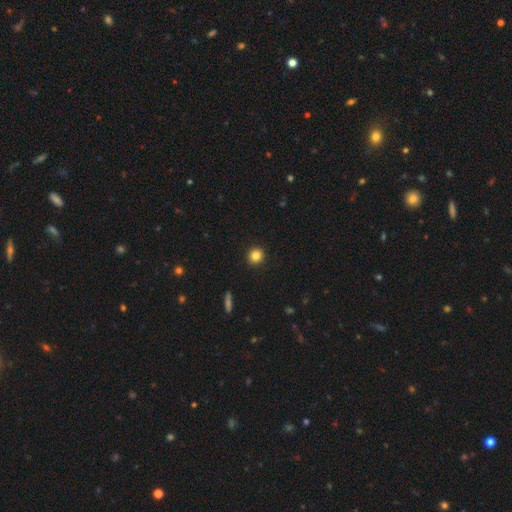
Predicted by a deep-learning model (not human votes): Smooth or featured?
  - smooth: 84% *
  - star or artifact: 11%
  - featured or disk: 5%
How rounded?
  - round: 92% *
  - in between: 7%
  - cigar-shaped: 1%
Merging?
  - none: 93% *
  - minor disturbance: 5%
  - major disturbance: 2%
  - merger: 1%